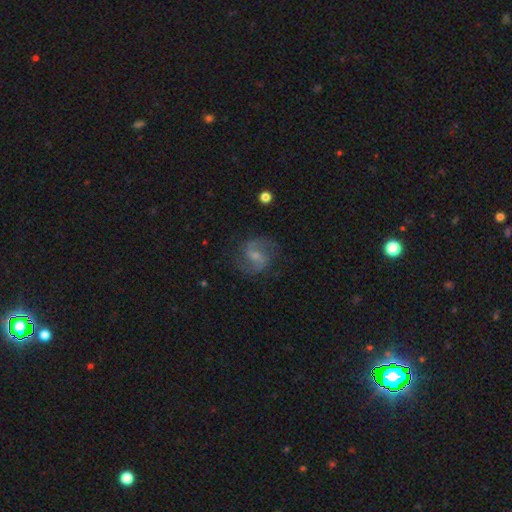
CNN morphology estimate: type=featured or disk (77%); edge-on=no (98%); bar=weak (55%); spiral arms=yes (94%); winding=medium (53%); arm count=2 (90%); bulge=small (45%); merging=none (76%).